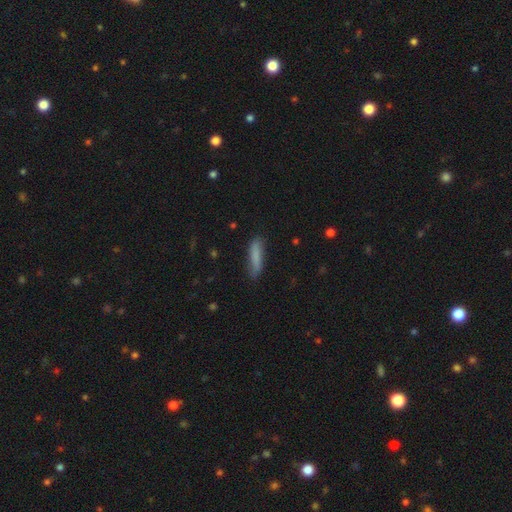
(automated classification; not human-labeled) Smooth or featured?
  - smooth: 81% *
  - featured or disk: 12%
  - star or artifact: 7%
How rounded?
  - cigar-shaped: 76% *
  - in between: 23%
  - round: 2%
Merging?
  - none: 75% *
  - minor disturbance: 19%
  - major disturbance: 4%
  - merger: 2%